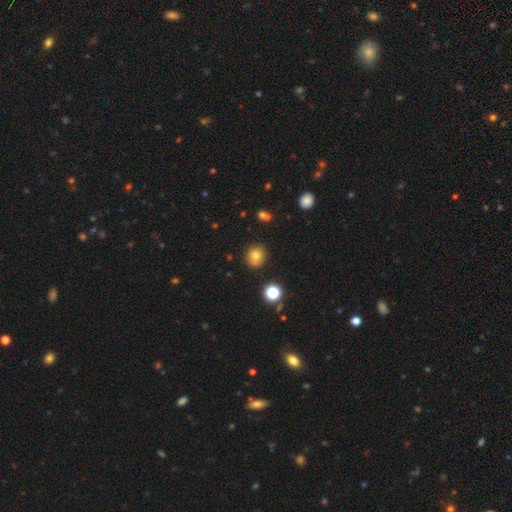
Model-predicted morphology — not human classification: This is likely a smooth galaxy (74%). How rounded: clearly round (85%). Merging: clearly none (82%).